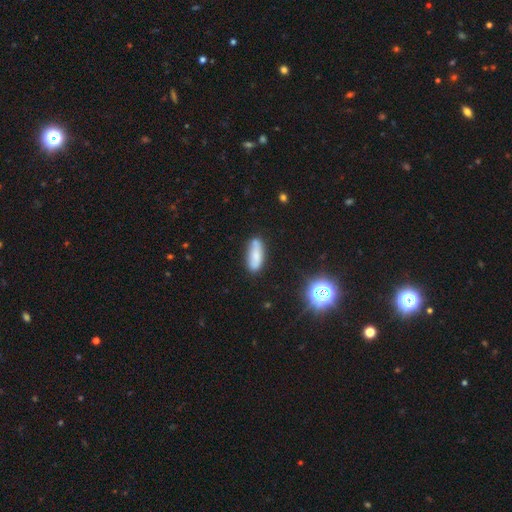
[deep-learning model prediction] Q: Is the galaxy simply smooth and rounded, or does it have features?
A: smooth — 72%.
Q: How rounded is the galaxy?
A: in between — 67%.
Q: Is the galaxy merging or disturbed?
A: none — 69%.